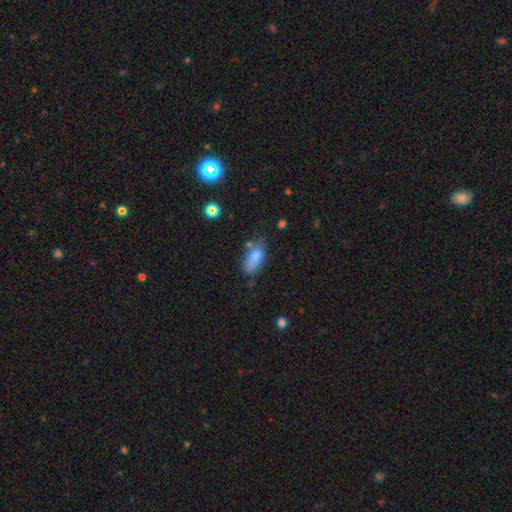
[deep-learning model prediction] Smooth or featured: smooth — 80% (featured or disk — 11%)
How rounded: in between — 86% (cigar-shaped — 10%)
Merging: none — 54% (minor disturbance — 29%)